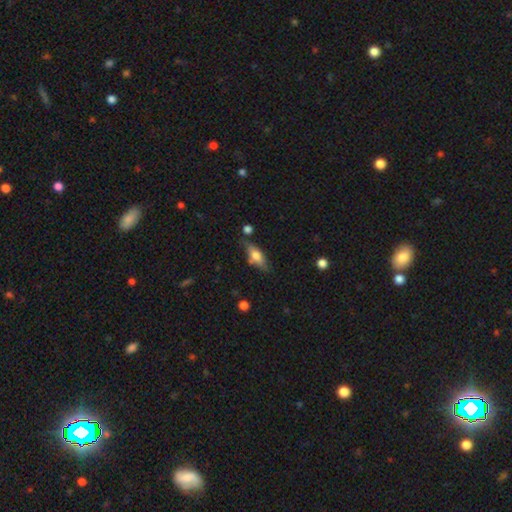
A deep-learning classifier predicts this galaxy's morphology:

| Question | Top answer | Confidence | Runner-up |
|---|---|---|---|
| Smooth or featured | smooth | 56% | featured or disk (36%) |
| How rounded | in between | 65% | cigar-shaped (31%) |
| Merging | none | 67% | minor disturbance (20%) |